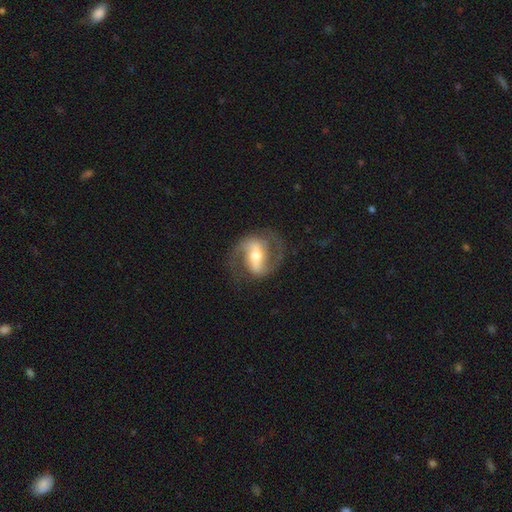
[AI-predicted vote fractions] A featured or disk galaxy (86%) with a strong bar (56%), 2 (91%) medium (54%) spiral arms (93%) and a moderate central bulge (64%).

Vote fractions:
- Smooth or featured? featured or disk: 86% / smooth: 9% / star or artifact: 5%
- Edge-on disk? no: 96% / yes: 4%
- Bar? strong: 56% / weak: 30% / no: 13%
- Spiral arms? yes: 93% / no: 7%
- Spiral winding? medium: 54% / loose: 27% / tight: 20%
- Spiral arm count? 2: 91% / can't tell: 4% / 1: 2% / 3: 1% / 4: 1% / more than 4: 1%
- Bulge size? moderate: 64% / small: 27% / large: 7% / none: 1% / dominant: 1%
- Merging? none: 77% / minor disturbance: 13% / major disturbance: 9% / merger: 1%